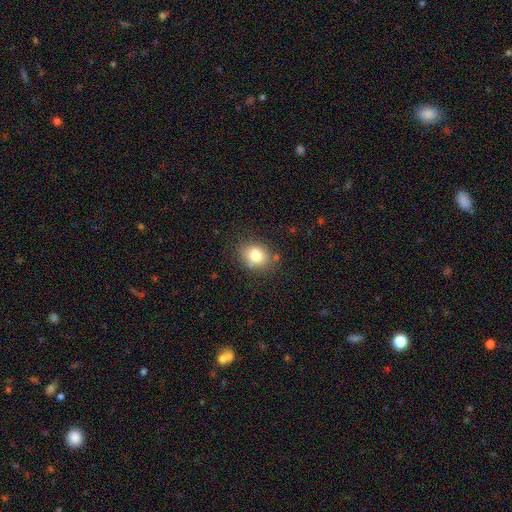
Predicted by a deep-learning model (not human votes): Smooth or featured? smooth (80%)
How rounded? round (53%)
Merging? none (78%)